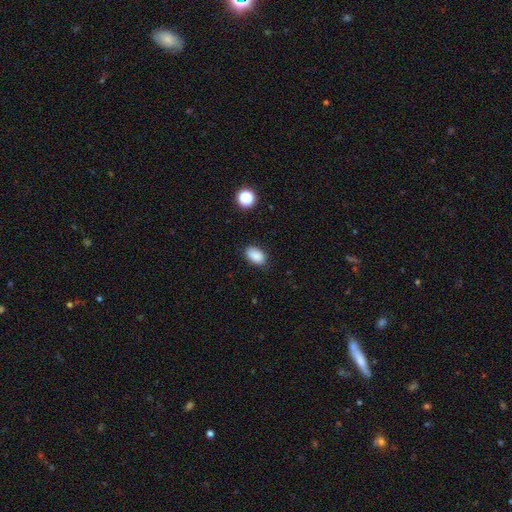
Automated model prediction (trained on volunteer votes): Smooth or featured? smooth (87%)
How rounded? in between (89%)
Merging? none (81%)